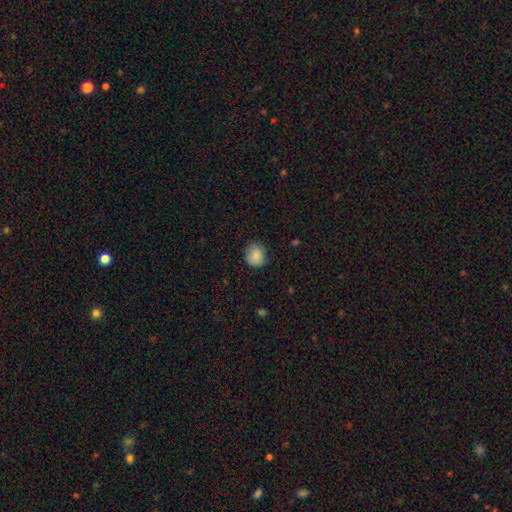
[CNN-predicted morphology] smooth-or-featured: smooth: 86% | star or artifact: 8% | featured or disk: 6%
  how-rounded: round: 75% | in between: 24% | cigar-shaped: 1%
  merging: none: 78% | minor disturbance: 18% | major disturbance: 3% | merger: 1%